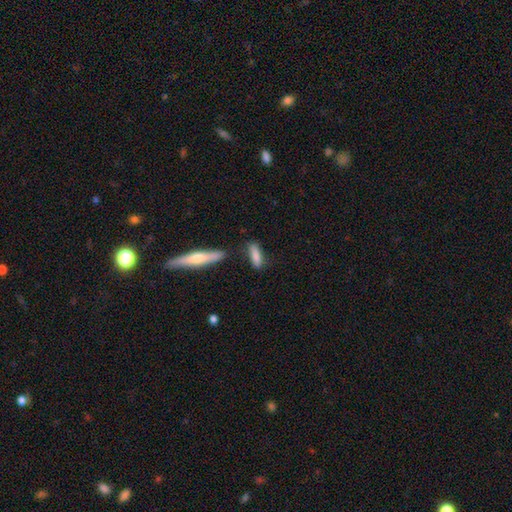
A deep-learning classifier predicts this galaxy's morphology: Smooth or featured? smooth (81%)
How rounded? cigar-shaped (63%)
Merging? none (68%)